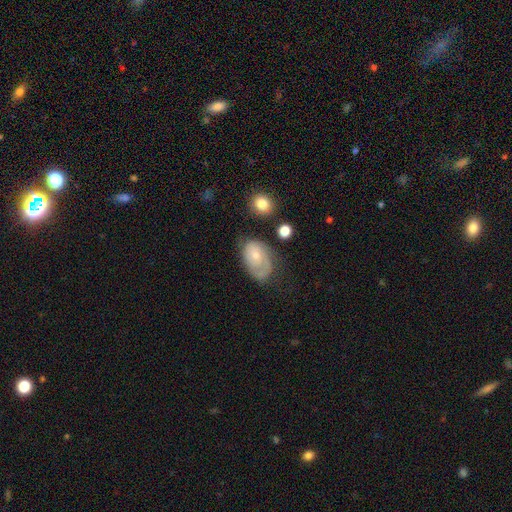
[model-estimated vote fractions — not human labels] This appears to be a featured or disk galaxy (51%). Merging: none (50%).